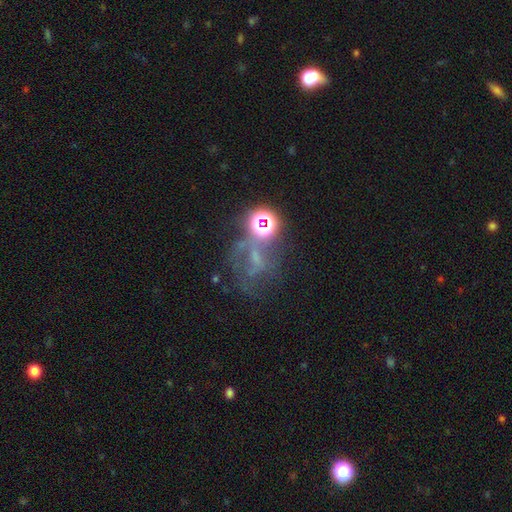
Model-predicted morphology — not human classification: Smooth or featured? star or artifact (43%)